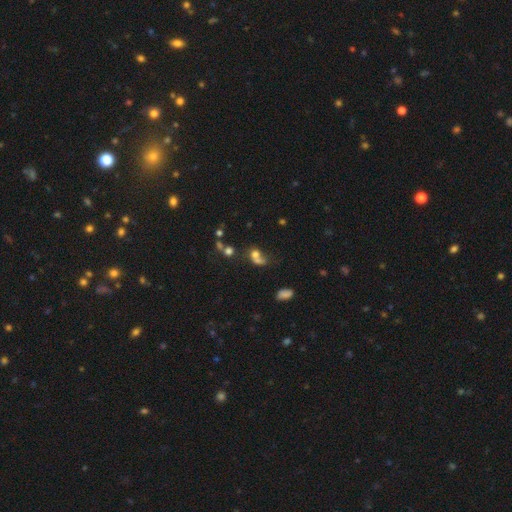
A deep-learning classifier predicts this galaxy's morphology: Smooth or featured?
  - smooth: 65% *
  - featured or disk: 18%
  - star or artifact: 17%
How rounded?
  - round: 56% *
  - in between: 42%
  - cigar-shaped: 2%
Merging?
  - merger: 53% *
  - none: 25%
  - major disturbance: 12%
  - minor disturbance: 10%